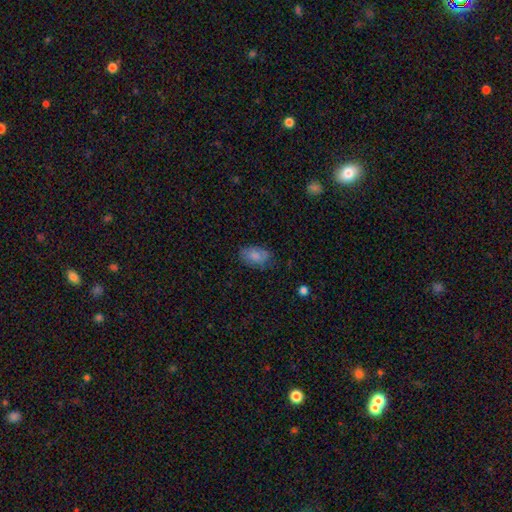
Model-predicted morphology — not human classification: smooth-or-featured: smooth: 79% | featured or disk: 13% | star or artifact: 7%
  how-rounded: in between: 91% | round: 8% | cigar-shaped: 2%
  merging: none: 69% | minor disturbance: 23% | major disturbance: 6% | merger: 1%